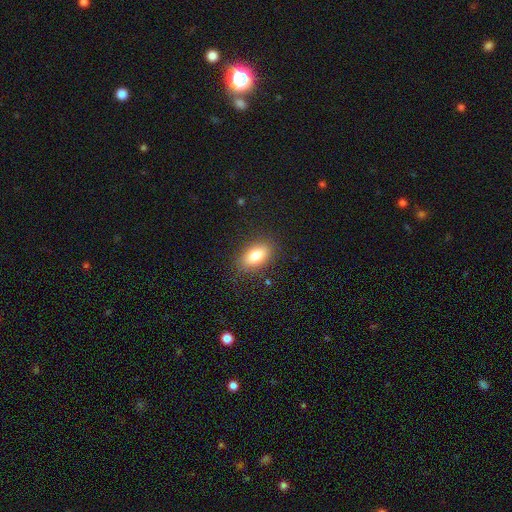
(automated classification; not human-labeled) Smooth or featured? Predicted: smooth (p=0.80). How rounded? Predicted: in between (p=0.88). Merging? Predicted: none (p=0.84).